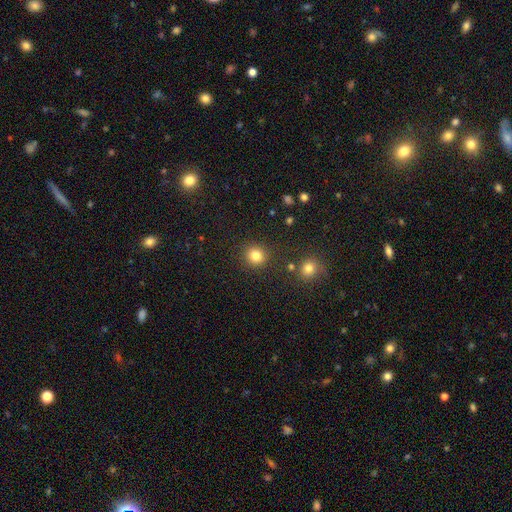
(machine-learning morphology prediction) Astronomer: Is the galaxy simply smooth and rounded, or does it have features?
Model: smooth — 82%.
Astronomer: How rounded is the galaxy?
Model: round — 88%.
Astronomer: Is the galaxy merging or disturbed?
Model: none — 88%.